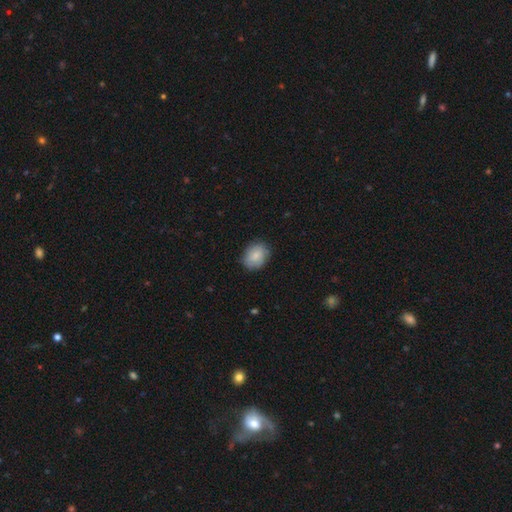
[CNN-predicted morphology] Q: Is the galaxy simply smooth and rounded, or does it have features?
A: smooth — 81%.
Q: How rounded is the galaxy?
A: in between — 57%.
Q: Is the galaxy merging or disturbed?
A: none — 81%.